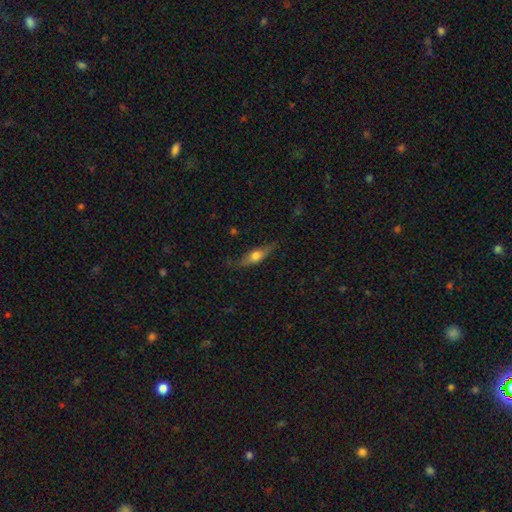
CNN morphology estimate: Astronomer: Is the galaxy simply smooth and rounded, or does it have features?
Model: smooth — 50% (runner-up: featured or disk, 44%).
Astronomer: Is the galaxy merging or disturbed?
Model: none — 78%.